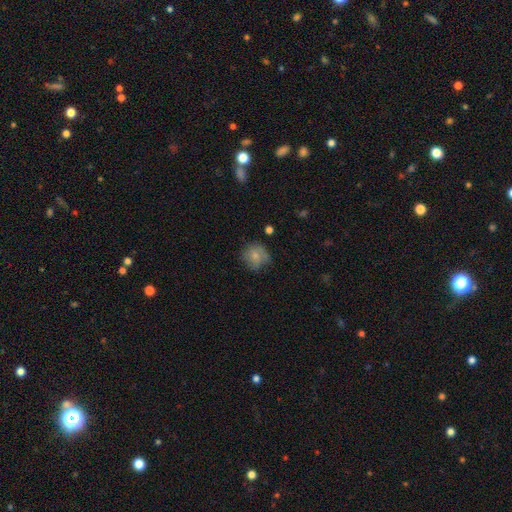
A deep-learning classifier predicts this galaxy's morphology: A smooth galaxy with no disk features (73%) that is round (82%).

Vote fractions:
- Smooth or featured? smooth: 73% / featured or disk: 18% / star or artifact: 9%
- How rounded? round: 82% / in between: 17% / cigar-shaped: 1%
- Merging? none: 61% / minor disturbance: 27% / major disturbance: 9% / merger: 2%